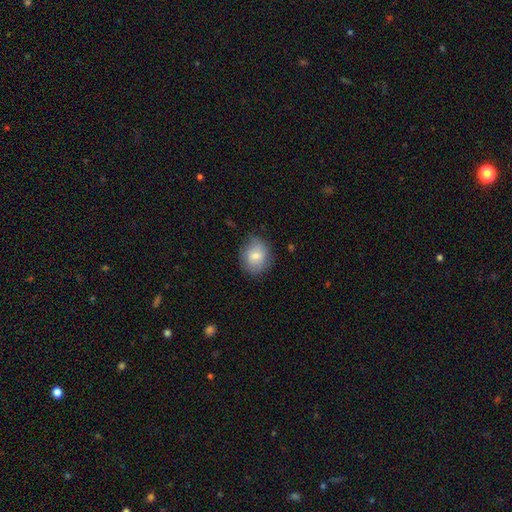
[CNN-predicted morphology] This appears to be a smooth galaxy with no disk features (78%) that is round (68%). Merging: none (76%).